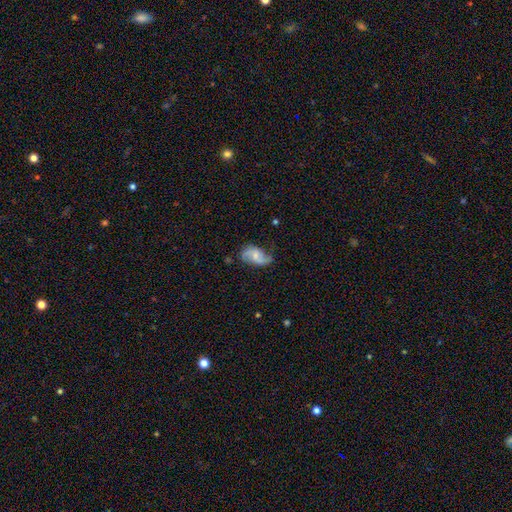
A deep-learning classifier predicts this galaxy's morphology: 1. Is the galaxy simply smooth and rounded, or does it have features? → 63% featured or disk, 30% smooth, 7% star or artifact.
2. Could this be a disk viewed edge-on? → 97% no, 3% yes.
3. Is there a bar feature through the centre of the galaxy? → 53% no, 38% weak, 9% strong.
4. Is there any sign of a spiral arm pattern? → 90% yes, 10% no.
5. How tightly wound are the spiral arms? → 57% loose, 32% medium, 11% tight.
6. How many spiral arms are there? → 83% 2, 7% 1, 6% can't tell, 2% 3, 1% 4, 1% more than 4.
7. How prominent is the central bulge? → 48% small, 35% moderate, 13% none, 3% large, 1% dominant.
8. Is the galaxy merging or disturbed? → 55% none, 29% minor disturbance, 13% major disturbance, 2% merger.